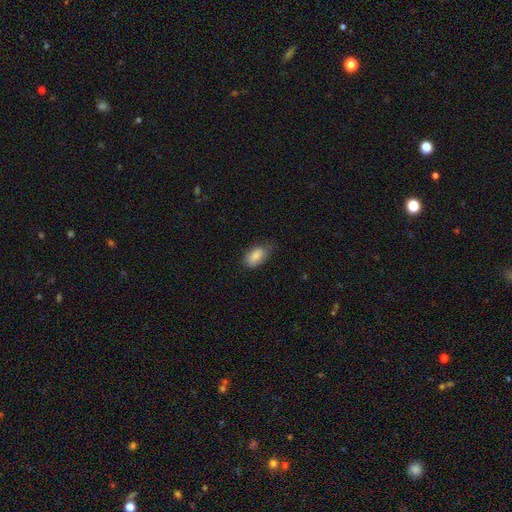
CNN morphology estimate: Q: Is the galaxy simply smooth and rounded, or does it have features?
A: smooth — 85%.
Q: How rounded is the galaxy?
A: in between — 91%.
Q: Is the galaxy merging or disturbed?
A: none — 60%.